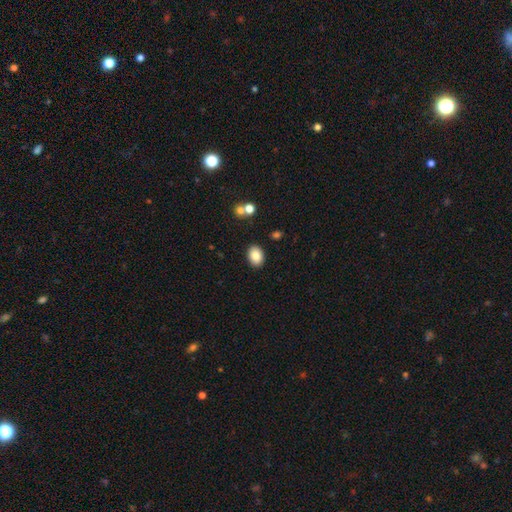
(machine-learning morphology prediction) Q: Smooth or featured?
A: smooth (85%); runner-up: star or artifact (8%)
Q: How rounded?
A: in between (75%); runner-up: round (24%)
Q: Merging?
A: none (88%); runner-up: minor disturbance (7%)